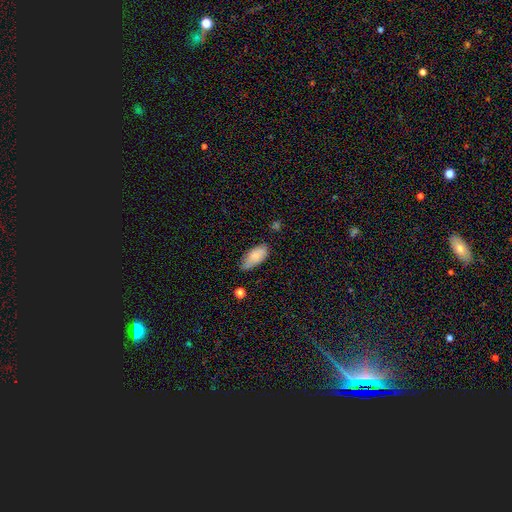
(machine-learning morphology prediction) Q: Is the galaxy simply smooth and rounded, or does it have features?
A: smooth — 83%.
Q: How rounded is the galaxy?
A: in between — 90%.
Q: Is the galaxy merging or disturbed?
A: none — 68%.